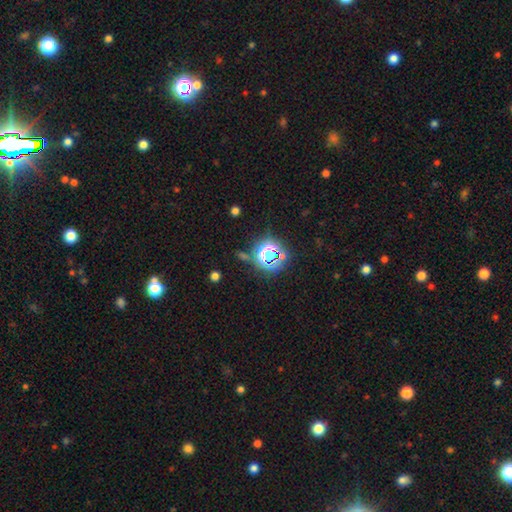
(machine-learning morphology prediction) smooth_or_featured: star or artifact (p=0.71) [alt: smooth p=0.21]